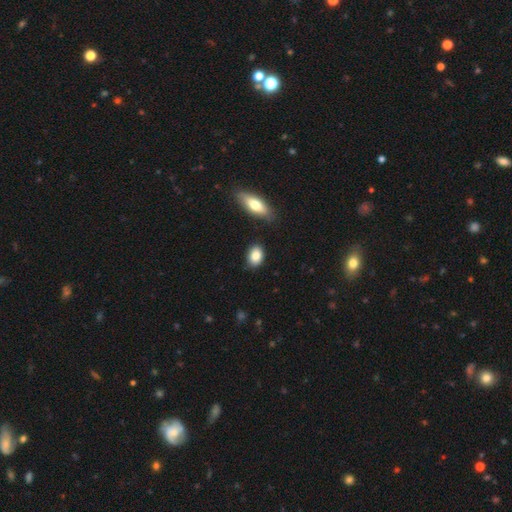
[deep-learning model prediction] Overall: smooth (84%). How rounded: in between (80%). Merging: none (84%).